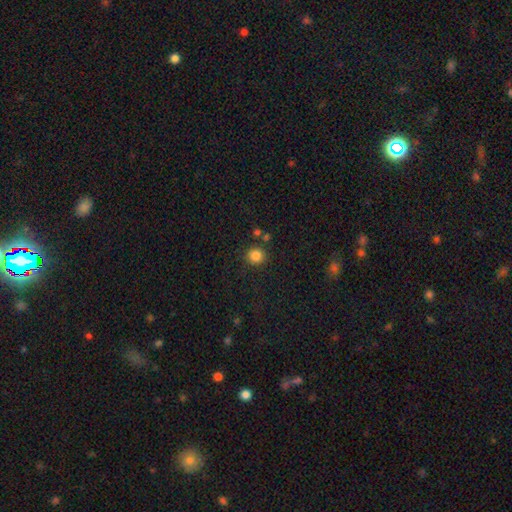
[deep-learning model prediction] Q: Smooth or featured?
A: smooth (84%); runner-up: star or artifact (11%)
Q: How rounded?
A: round (91%); runner-up: in between (8%)
Q: Merging?
A: none (84%); runner-up: minor disturbance (8%)